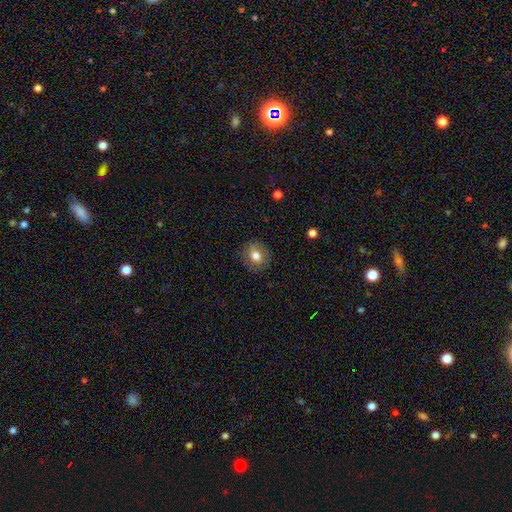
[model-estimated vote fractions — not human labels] smooth_or_featured: smooth (p=0.76) [alt: featured or disk p=0.14]
how_rounded: round (p=0.76) [alt: in between p=0.23]
merging: none (p=0.86) [alt: minor disturbance p=0.10]